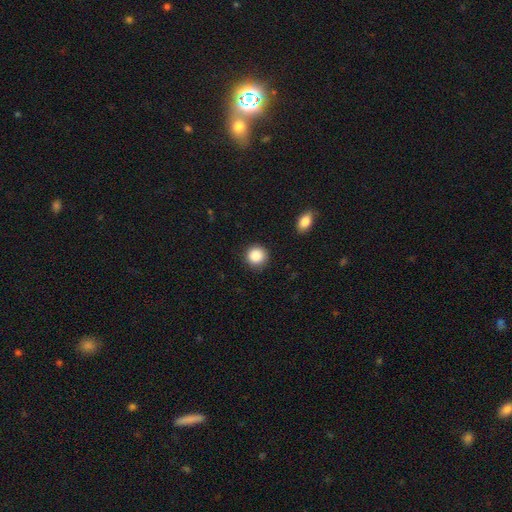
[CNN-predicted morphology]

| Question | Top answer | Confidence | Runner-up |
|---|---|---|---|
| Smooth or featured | smooth | 87% | star or artifact (9%) |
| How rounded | round | 93% | in between (6%) |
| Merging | none | 88% | minor disturbance (8%) |